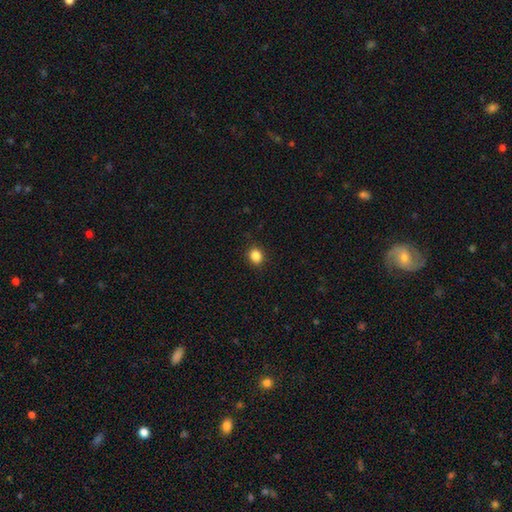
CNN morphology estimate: A smooth galaxy with no disk features (86%) that is round (75%).

Vote fractions:
- Smooth or featured? smooth: 86% / star or artifact: 11% / featured or disk: 3%
- How rounded? round: 75% / in between: 24% / cigar-shaped: 1%
- Merging? none: 90% / minor disturbance: 7% / major disturbance: 2% / merger: 1%